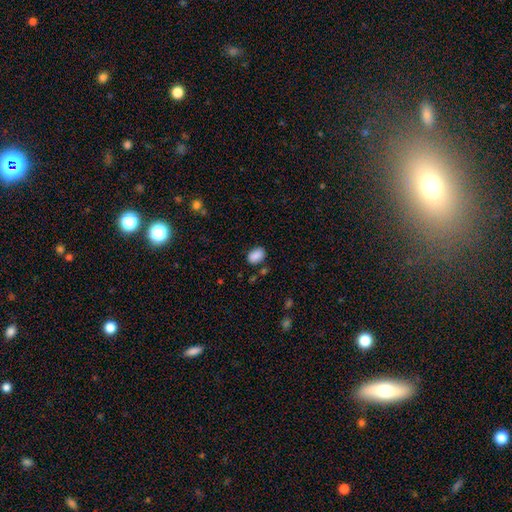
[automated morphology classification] smooth_or_featured: smooth (p=0.88) [alt: star or artifact p=0.08]
how_rounded: in between (p=0.85) [alt: round p=0.14]
merging: none (p=0.80) [alt: minor disturbance p=0.13]